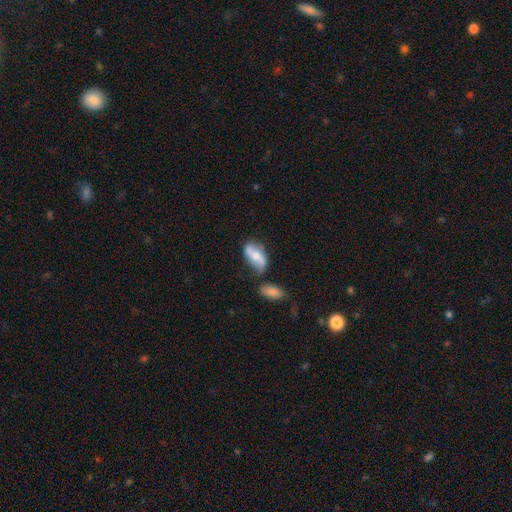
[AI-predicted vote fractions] Smooth or featured: featured or disk — 53% (smooth — 40%)
Edge-on disk: no — 90% (yes — 10%)
Merging: none — 54% (minor disturbance — 22%)